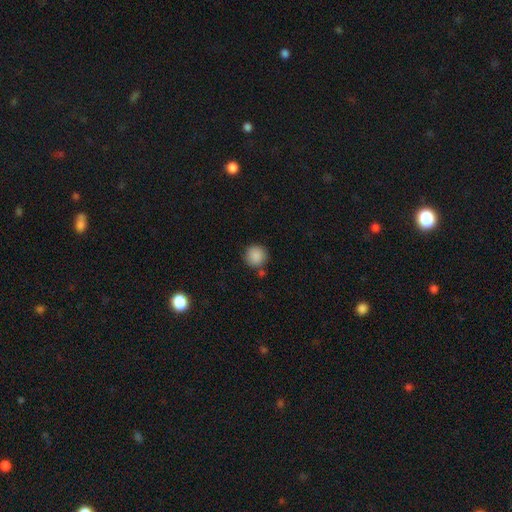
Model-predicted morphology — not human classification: smooth-or-featured: smooth: 88% | star or artifact: 9% | featured or disk: 4%
  how-rounded: round: 93% | in between: 6% | cigar-shaped: 1%
  merging: none: 82% | minor disturbance: 9% | merger: 6% | major disturbance: 3%